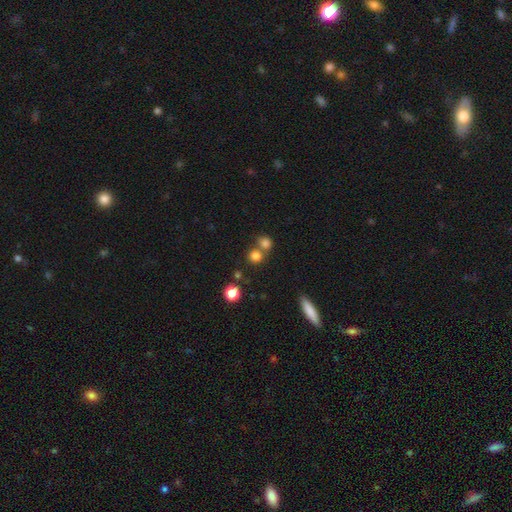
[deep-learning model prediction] Smooth or featured? Predicted: smooth (p=0.78). How rounded? Predicted: round (p=0.87). Merging? Predicted: none (p=0.56).